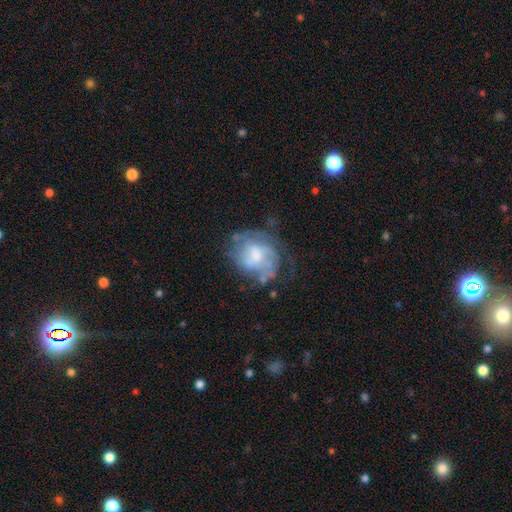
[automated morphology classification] type=featured or disk (65%); edge-on=no (97%); bar=no (61%); spiral arms=yes (64%); bulge=moderate (43%); merging=none (45%).